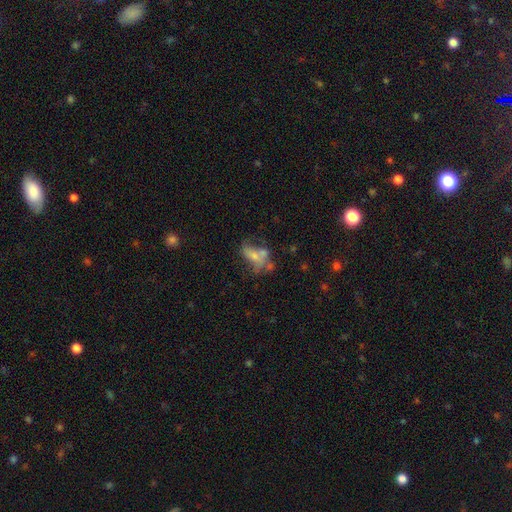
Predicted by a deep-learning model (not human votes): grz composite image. It shows a smooth galaxy with no disk features (45%). Merging: merger (28%, tied with none).